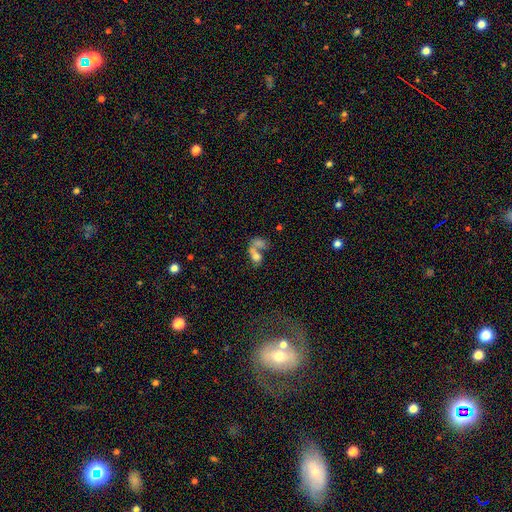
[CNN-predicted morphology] This is likely a smooth galaxy (63%). How rounded: likely in between (72%). Merging: likely merger (68%).